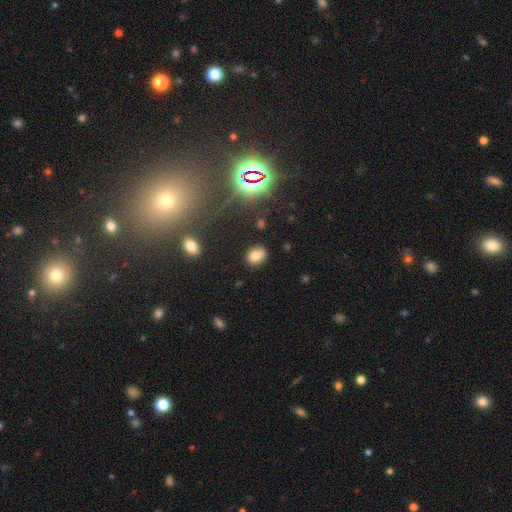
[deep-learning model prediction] Morphology: type=smooth (76%); roundness=in between (55%); merging=none (74%).